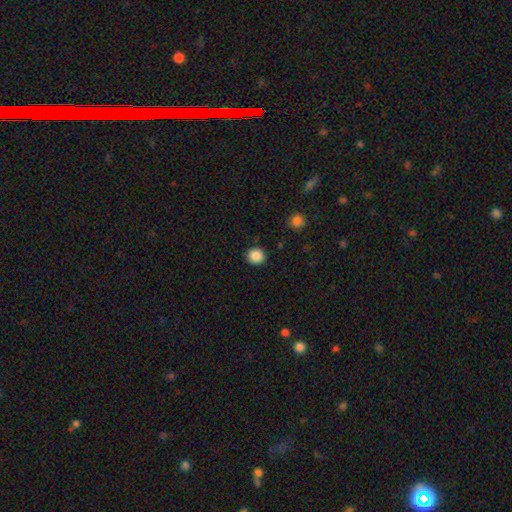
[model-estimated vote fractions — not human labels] A smooth galaxy with no disk features (87%) that is round (90%). Merging: none (91%).